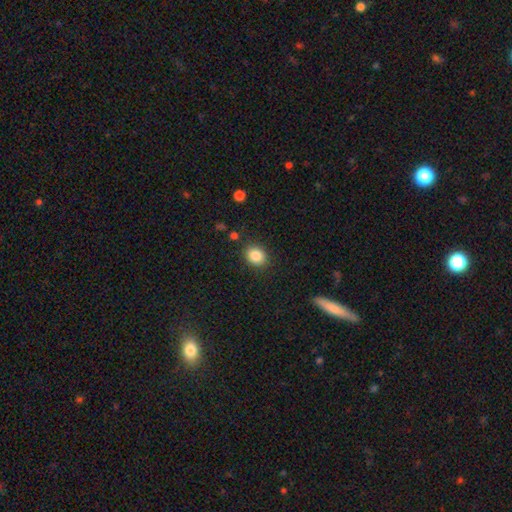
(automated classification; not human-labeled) smooth 86%, star or artifact 9%, featured or disk 5%. Down the decision tree: how rounded — round (57%); merging — none (87%).